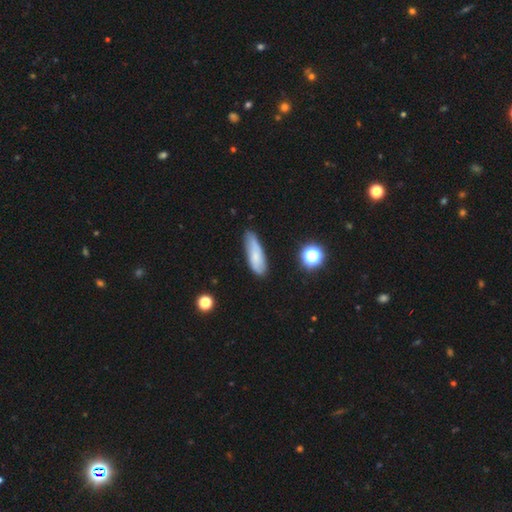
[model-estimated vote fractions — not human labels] Overall: smooth (70%). How rounded: in between (49%; cigar-shaped 48%). Merging: none (70%).